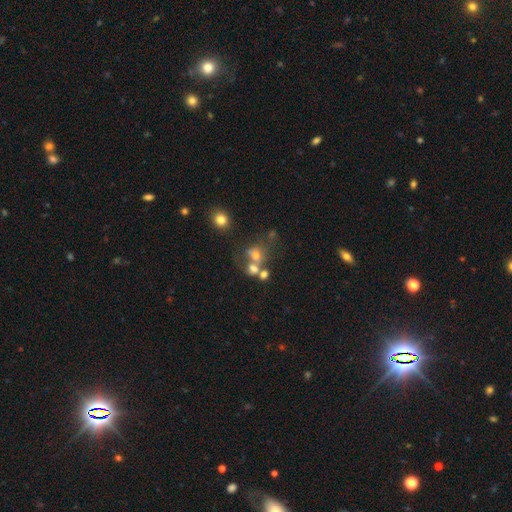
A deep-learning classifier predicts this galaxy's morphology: This is possibly a smooth galaxy (59%). How rounded: likely round (73%). Merging: marginally merger (44%).